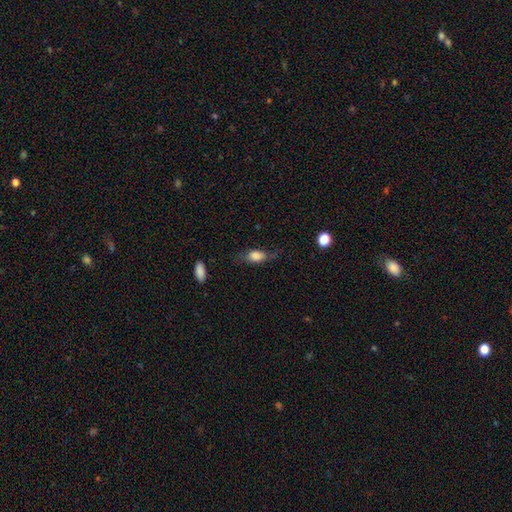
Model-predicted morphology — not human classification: type=smooth (74%); roundness=in between (79%); merging=none (61%).